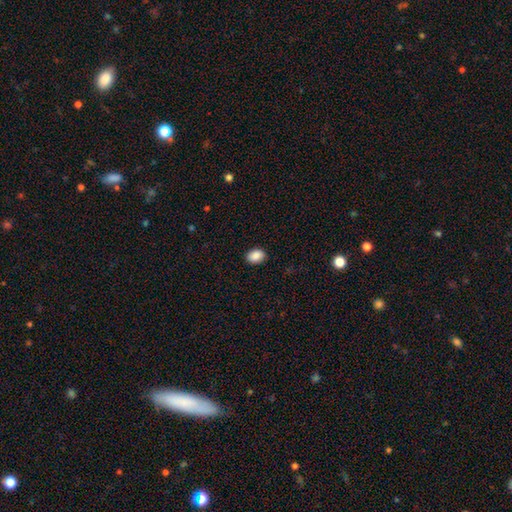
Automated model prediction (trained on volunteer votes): A smooth galaxy with no disk features (89%) that is in between round and cigar-shaped (74%).

Vote fractions:
- Smooth or featured? smooth: 89% / star or artifact: 8% / featured or disk: 3%
- How rounded? in between: 74% / round: 25% / cigar-shaped: 1%
- Merging? none: 90% / minor disturbance: 8% / major disturbance: 2% / merger: 1%